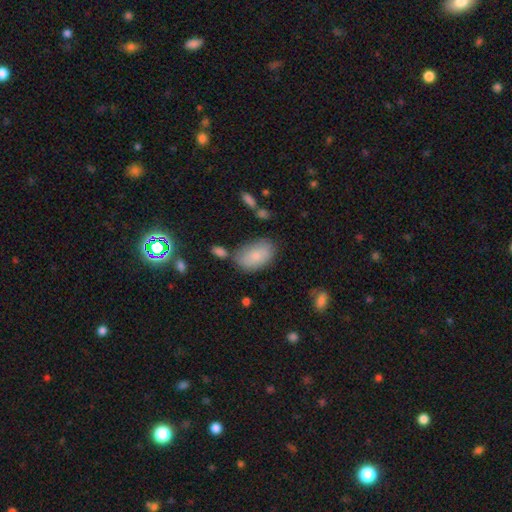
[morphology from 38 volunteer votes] smooth_or_featured: smooth (p=0.71) [alt: featured or disk p=0.21]
how_rounded: in between (p=0.96) [alt: round p=0.04]
merging: none (p=0.77) [alt: minor disturbance p=0.11]